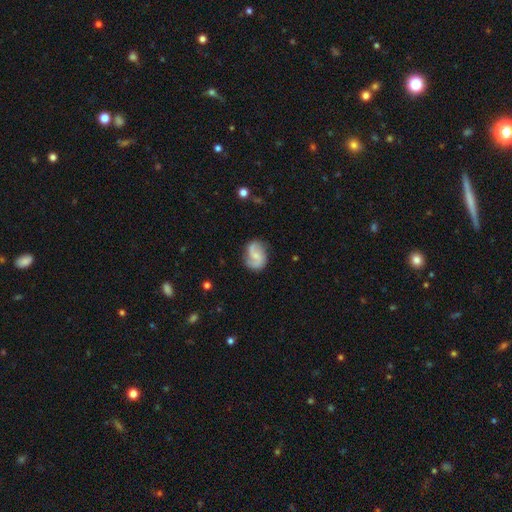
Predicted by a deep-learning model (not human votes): Smooth or featured? Predicted: featured or disk (p=0.74). Edge-on disk? Predicted: no (p=0.98). Bar? Predicted: no (p=0.48). Spiral arms? Predicted: yes (p=0.95). Spiral winding? Predicted: loose (p=0.43). Spiral arm count? Predicted: 2 (p=0.88). Bulge size? Predicted: small (p=0.54). Merging? Predicted: none (p=0.76).